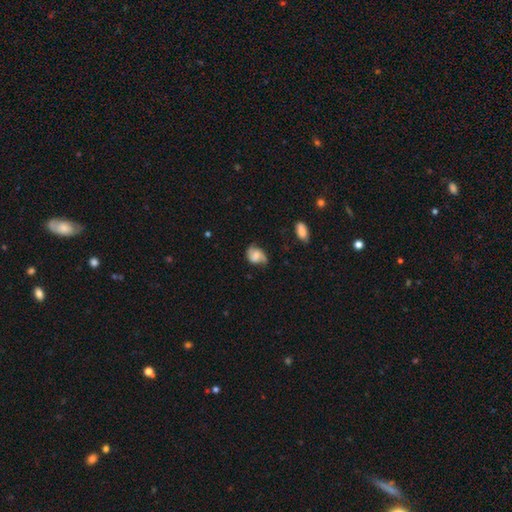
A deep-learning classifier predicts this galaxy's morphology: featured or disk 51%, smooth 41%, star or artifact 9%. Down the decision tree: edge-on disk — no (97%); merging — none (56%).